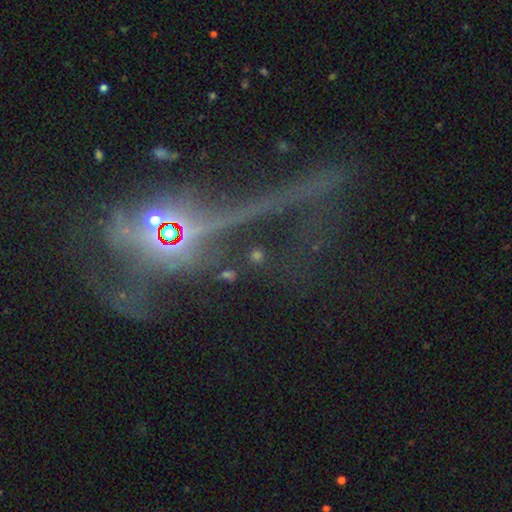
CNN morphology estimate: Smooth or featured: star or artifact — 67% (smooth — 19%)